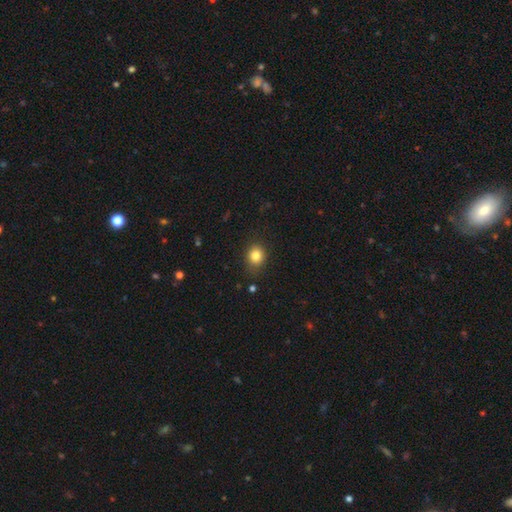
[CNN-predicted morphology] Overall: smooth (83%). How rounded: round (67%; in between 32%). Merging: none (81%).